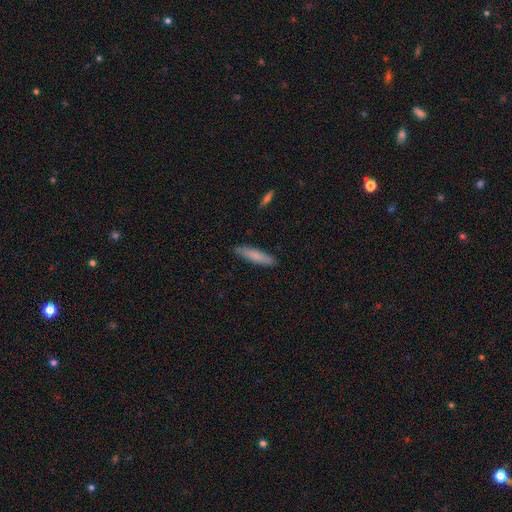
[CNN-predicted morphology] smooth-or-featured: smooth: 80% | featured or disk: 14% | star or artifact: 6%
  how-rounded: cigar-shaped: 83% | in between: 16% | round: 1%
  merging: none: 87% | minor disturbance: 10% | major disturbance: 2% | merger: 1%